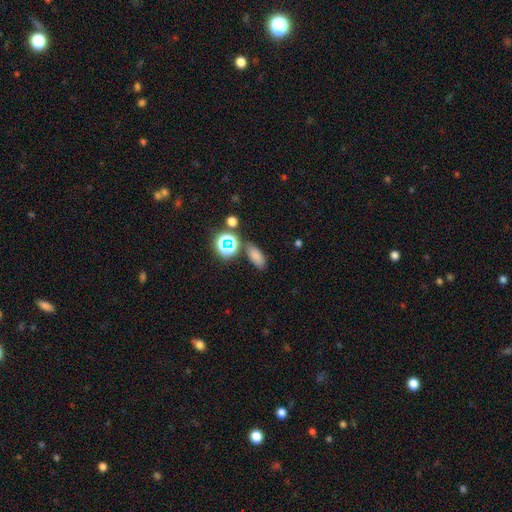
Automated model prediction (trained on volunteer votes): Smooth or featured? smooth (73%)
How rounded? in between (79%)
Merging? none (77%)